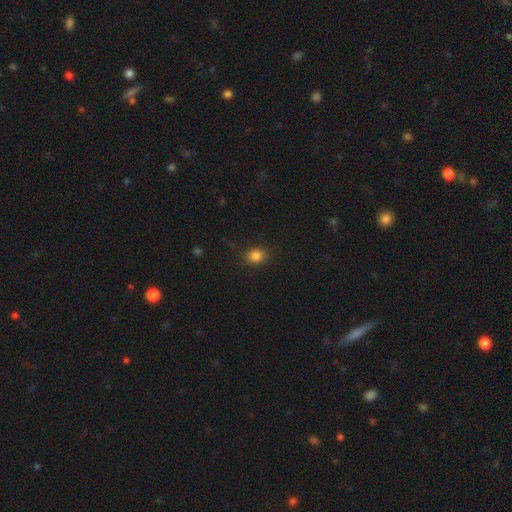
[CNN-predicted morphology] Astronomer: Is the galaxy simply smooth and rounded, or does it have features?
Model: smooth — 83%.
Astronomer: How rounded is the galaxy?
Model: round — 65%.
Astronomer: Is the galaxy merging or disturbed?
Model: none — 86%.